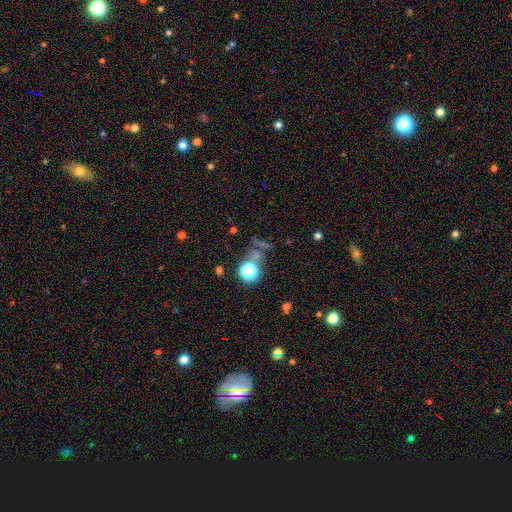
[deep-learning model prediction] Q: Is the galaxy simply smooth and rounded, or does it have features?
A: star or artifact — 52%.